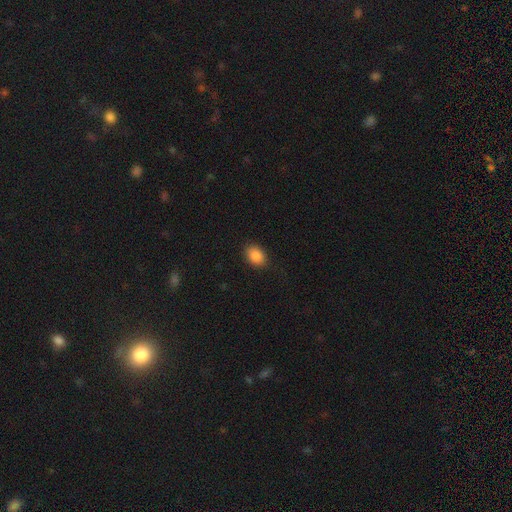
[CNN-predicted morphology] This appears to be a smooth galaxy with no disk features (87%) that is in between round and cigar-shaped (76%). Merging: none (86%).